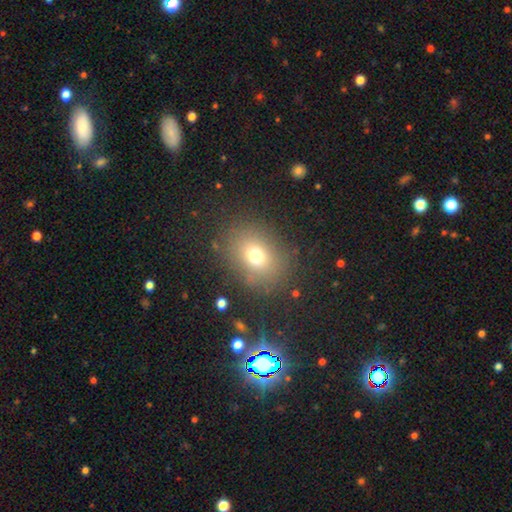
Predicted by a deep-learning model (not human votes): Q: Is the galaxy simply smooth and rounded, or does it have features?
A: smooth — 71%.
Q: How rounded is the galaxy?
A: in between — 52%.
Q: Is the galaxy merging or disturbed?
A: none — 81%.